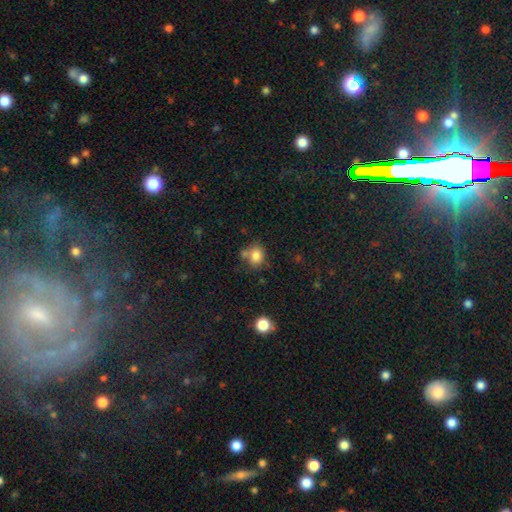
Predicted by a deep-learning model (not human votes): smooth-or-featured: smooth: 82% | star or artifact: 11% | featured or disk: 7%
  how-rounded: round: 54% | in between: 45% | cigar-shaped: 1%
  merging: none: 56% | merger: 20% | minor disturbance: 17% | major disturbance: 6%